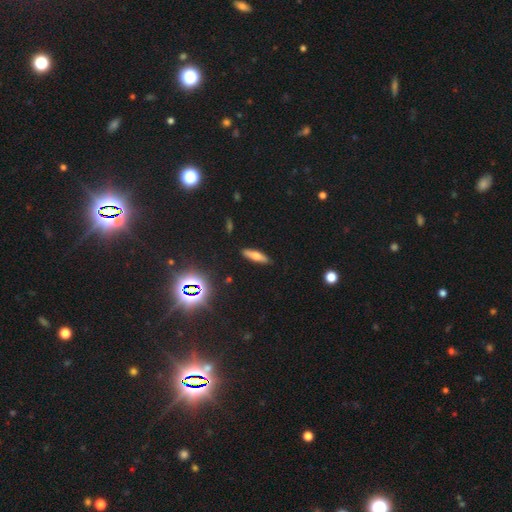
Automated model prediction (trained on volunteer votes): This is possibly a smooth galaxy (58%). How rounded: likely cigar-shaped (65%). Merging: clearly none (88%).